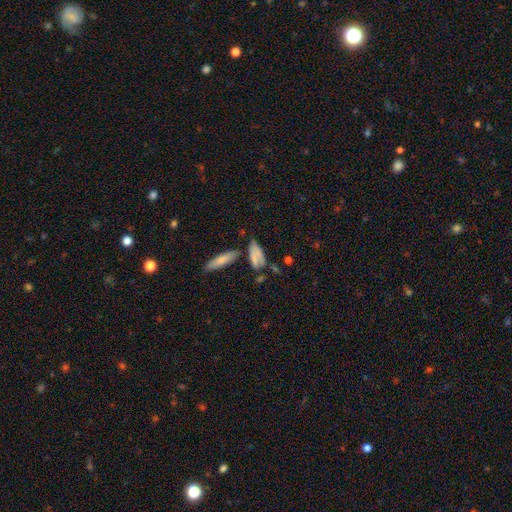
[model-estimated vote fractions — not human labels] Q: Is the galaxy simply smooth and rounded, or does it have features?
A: smooth — 70%.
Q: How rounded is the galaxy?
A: in between — 71%.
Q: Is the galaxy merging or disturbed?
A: none — 47%.